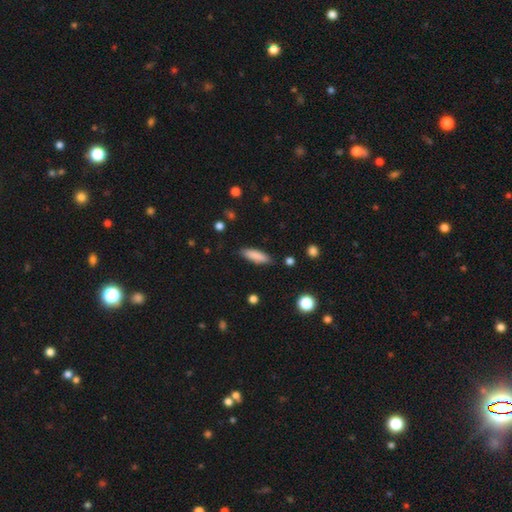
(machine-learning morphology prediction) Q: Smooth or featured?
A: smooth (84%); runner-up: featured or disk (9%)
Q: How rounded?
A: cigar-shaped (58%); runner-up: in between (40%)
Q: Merging?
A: none (86%); runner-up: minor disturbance (11%)